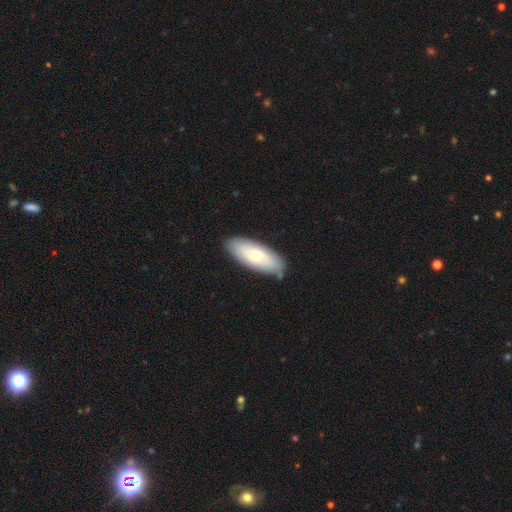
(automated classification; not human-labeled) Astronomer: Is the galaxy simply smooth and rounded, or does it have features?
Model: smooth — 59% (runner-up: featured or disk, 35%).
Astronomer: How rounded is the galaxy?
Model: in between — 80%.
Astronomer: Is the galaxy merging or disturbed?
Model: none — 80%.